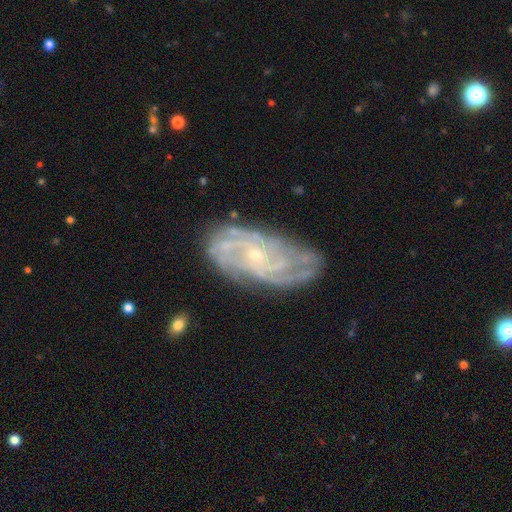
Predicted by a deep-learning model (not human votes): This is clearly a featured or disk galaxy (86%). It is clearly not viewed edge-on (94%). Bar: likely no (71%). Spiral arm pattern: clearly yes (96%). Spiral arm count: marginally can't tell (30%). Spiral winding: possibly tight (60%). Central bulge: clearly small (80%). Merging: likely none (75%).